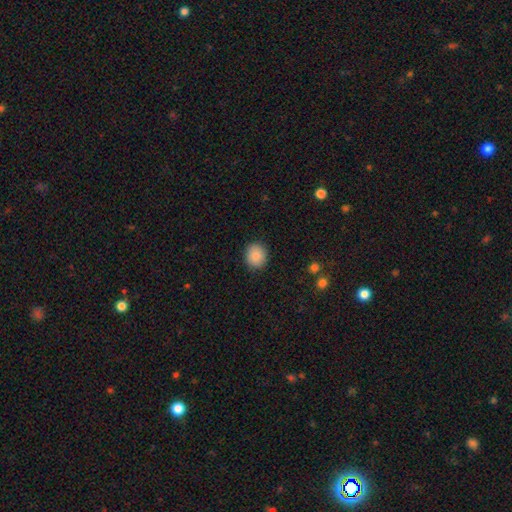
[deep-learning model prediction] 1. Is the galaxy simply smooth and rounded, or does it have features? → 85% smooth, 8% star or artifact, 6% featured or disk.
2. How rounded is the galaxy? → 77% round, 23% in between, 1% cigar-shaped.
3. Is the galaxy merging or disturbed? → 89% none, 7% minor disturbance, 2% major disturbance, 1% merger.